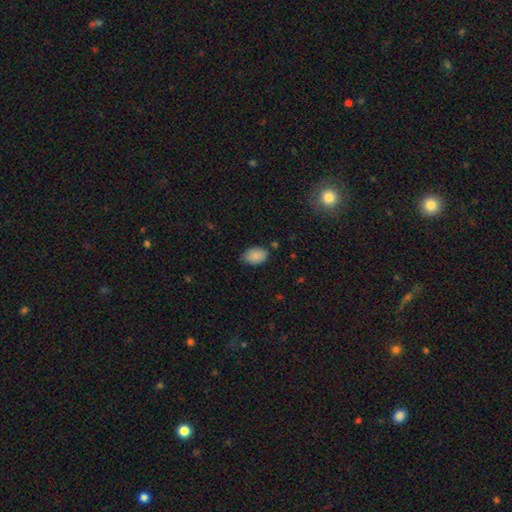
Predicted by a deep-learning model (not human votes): This appears to be a smooth galaxy with no disk features (88%) that is in between round and cigar-shaped (86%). Merging: none (77%).